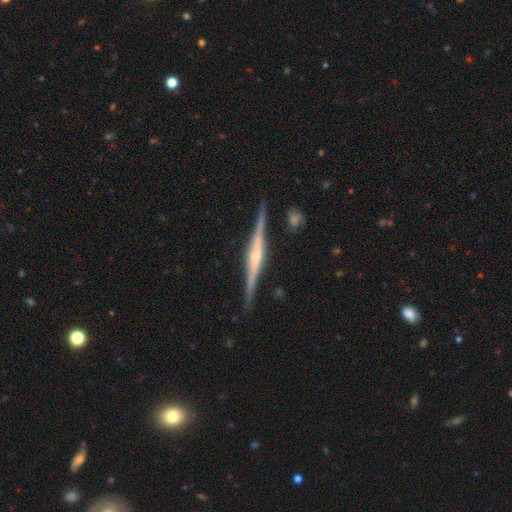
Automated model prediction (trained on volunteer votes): Morphology: type=featured or disk (86%); edge-on=yes (98%); edge-on bulge=rounded (76%); merging=none (90%).